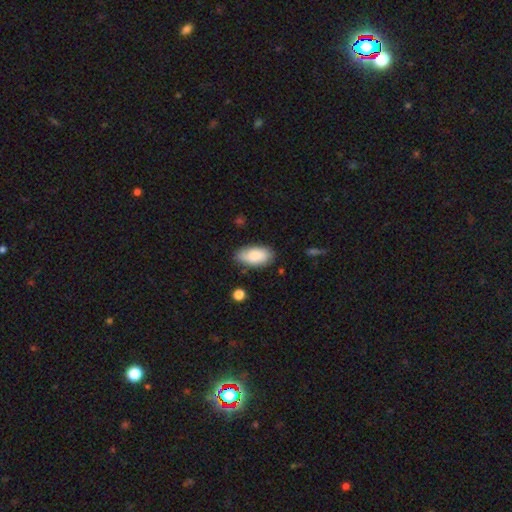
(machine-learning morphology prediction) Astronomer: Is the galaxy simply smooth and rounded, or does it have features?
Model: smooth — 85%.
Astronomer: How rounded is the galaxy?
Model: in between — 94%.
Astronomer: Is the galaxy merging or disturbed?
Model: none — 76%.